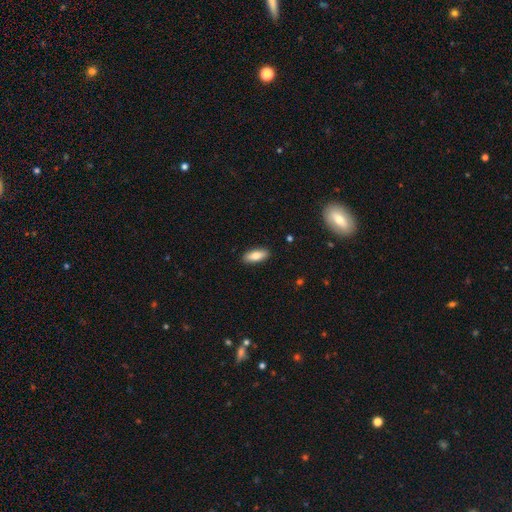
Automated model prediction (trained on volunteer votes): Morphology: type=smooth (82%); roundness=in between (78%); merging=none (89%).